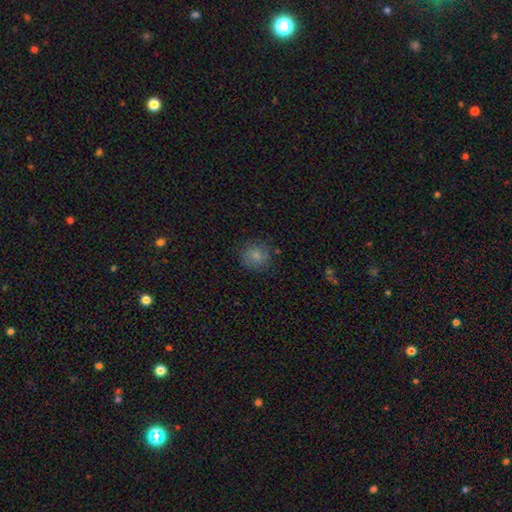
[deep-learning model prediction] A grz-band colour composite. It shows a smooth galaxy with no disk features (83%) that is round (91%). Merging: none (83%).